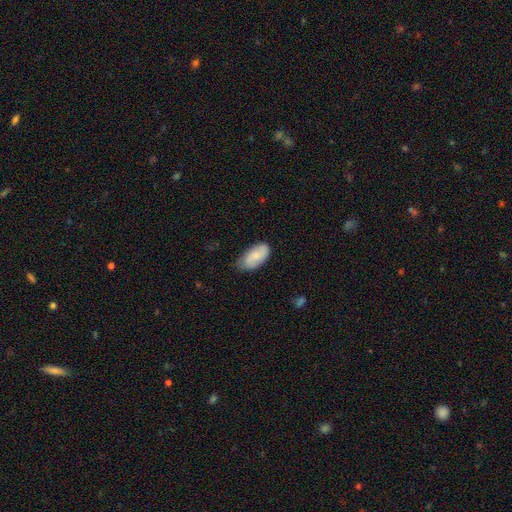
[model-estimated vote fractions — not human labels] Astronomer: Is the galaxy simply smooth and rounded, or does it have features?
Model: smooth — 71%.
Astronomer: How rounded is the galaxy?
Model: in between — 94%.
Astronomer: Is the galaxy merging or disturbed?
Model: none — 67%.